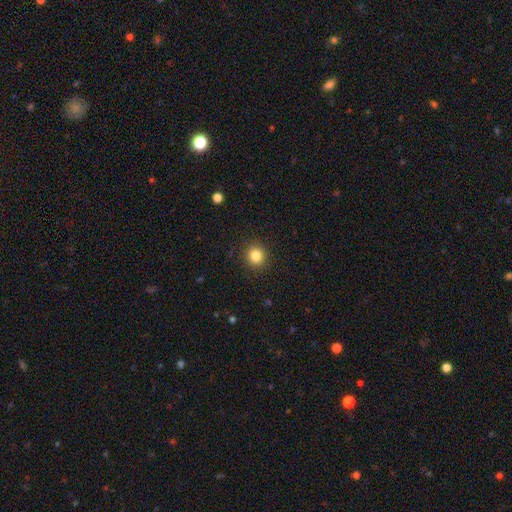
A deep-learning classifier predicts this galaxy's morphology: Q: Smooth or featured?
A: smooth (83%); runner-up: star or artifact (11%)
Q: How rounded?
A: round (89%); runner-up: in between (10%)
Q: Merging?
A: none (91%); runner-up: minor disturbance (6%)